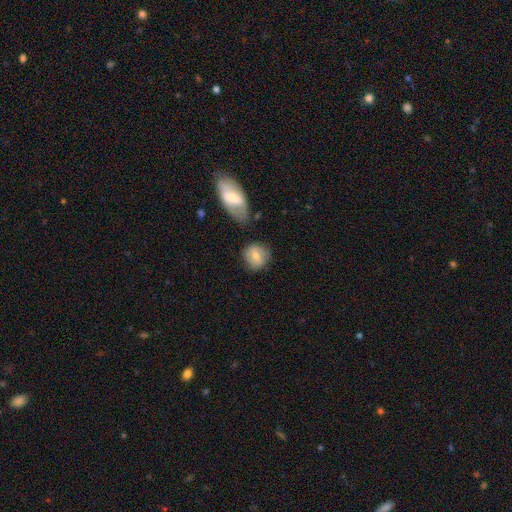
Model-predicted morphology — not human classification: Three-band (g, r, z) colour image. It shows a smooth galaxy with no disk features (70%) that is round (78%). Merging: none (73%).